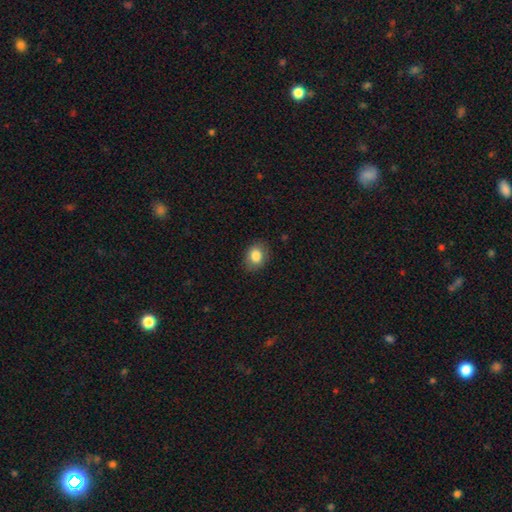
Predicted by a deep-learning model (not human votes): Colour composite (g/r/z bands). It shows a smooth galaxy with no disk features (84%) that is in between round and cigar-shaped (64%). Merging: none (84%).